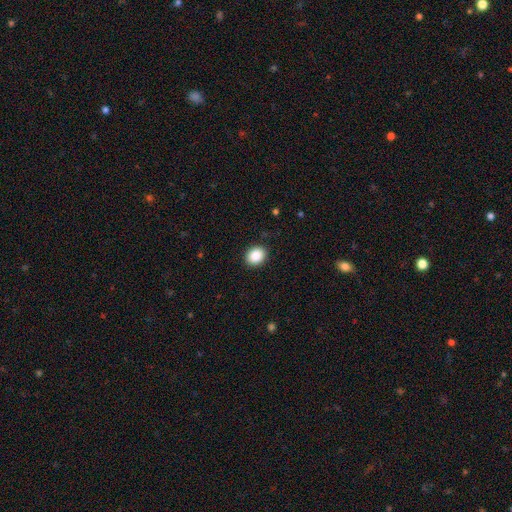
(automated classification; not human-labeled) This is clearly a smooth galaxy (87%). How rounded: possibly in between (50%). Merging: clearly none (90%).